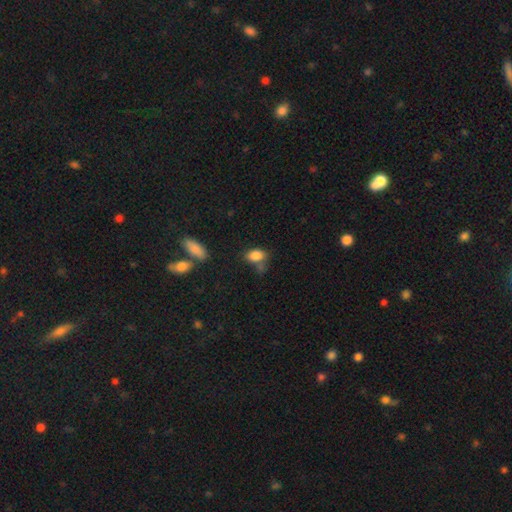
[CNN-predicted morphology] This appears to be a smooth galaxy with no disk features (84%) that is in between round and cigar-shaped (84%). Merging: none (52%).